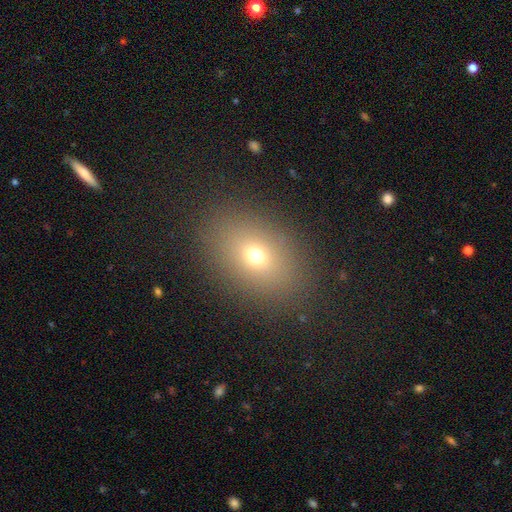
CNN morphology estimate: A smooth galaxy with no disk features (68%) that is in between round and cigar-shaped (69%). Merging: none (85%).